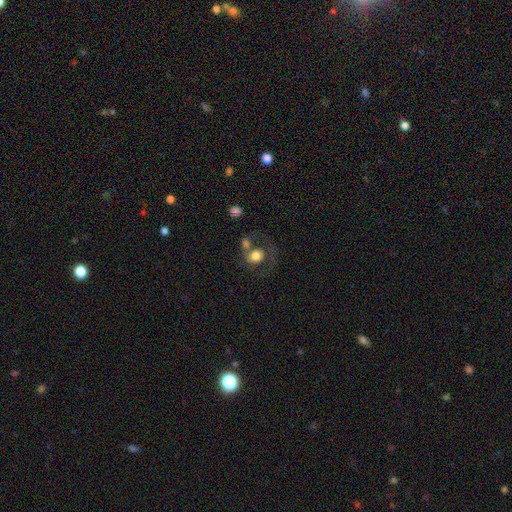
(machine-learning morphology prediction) Smooth or featured? Predicted: smooth (p=0.67). How rounded? Predicted: round (p=0.69). Merging? Predicted: none (p=0.36).